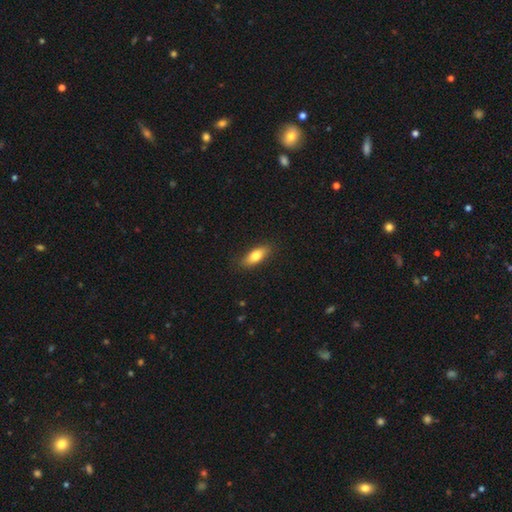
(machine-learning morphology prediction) smooth_or_featured: smooth (p=0.77) [alt: featured or disk p=0.16]
how_rounded: in between (p=0.73) [alt: cigar-shaped p=0.24]
merging: none (p=0.86) [alt: minor disturbance p=0.11]